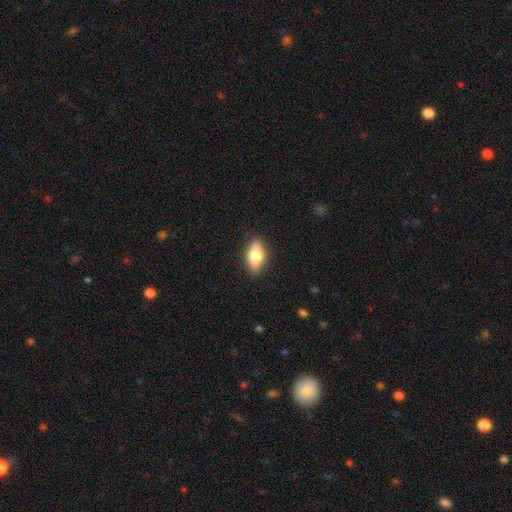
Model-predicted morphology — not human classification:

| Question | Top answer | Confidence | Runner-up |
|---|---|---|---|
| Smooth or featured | smooth | 62% | featured or disk (31%) |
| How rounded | in between | 78% | cigar-shaped (16%) |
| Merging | none | 86% | minor disturbance (11%) |